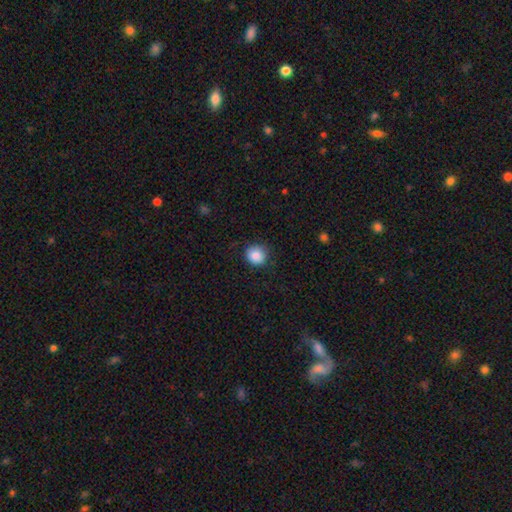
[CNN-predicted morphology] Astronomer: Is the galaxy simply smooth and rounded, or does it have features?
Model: smooth — 87%.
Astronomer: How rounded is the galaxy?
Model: round — 86%.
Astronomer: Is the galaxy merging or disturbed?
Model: none — 83%.